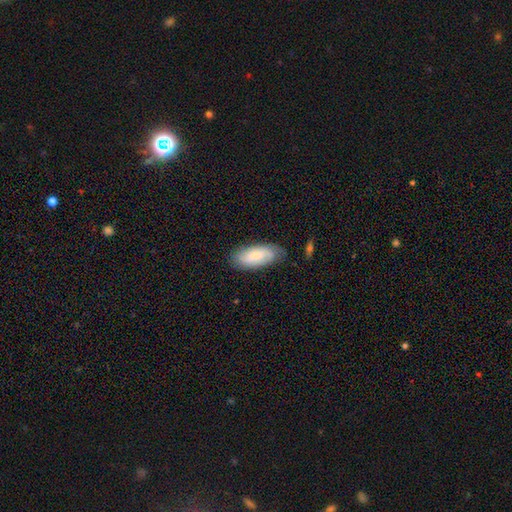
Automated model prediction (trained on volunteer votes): Overall: smooth (62%; featured or disk 32%). How rounded: in between (85%). Merging: none (74%).